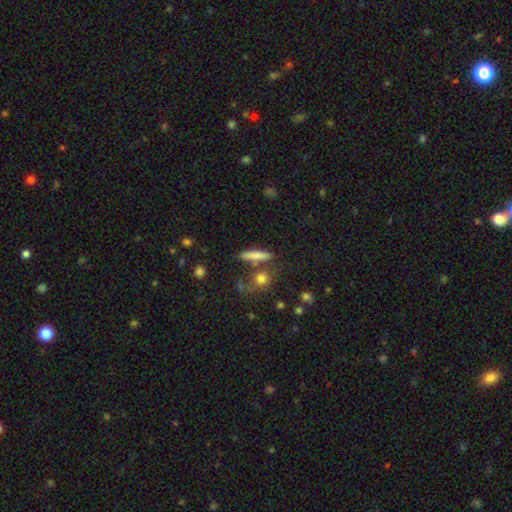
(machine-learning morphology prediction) Smooth or featured: smooth — 73% (featured or disk — 18%)
How rounded: cigar-shaped — 74% (in between — 15%)
Merging: none — 72% (minor disturbance — 12%)